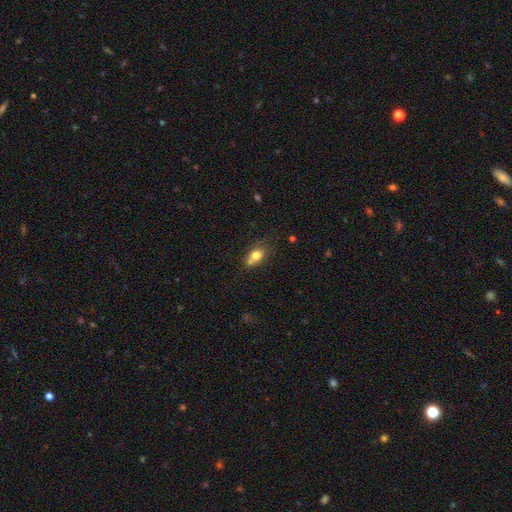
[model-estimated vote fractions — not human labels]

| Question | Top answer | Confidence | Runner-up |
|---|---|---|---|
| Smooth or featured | smooth | 75% | featured or disk (15%) |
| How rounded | in between | 67% | round (30%) |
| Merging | none | 46% | merger (27%) |